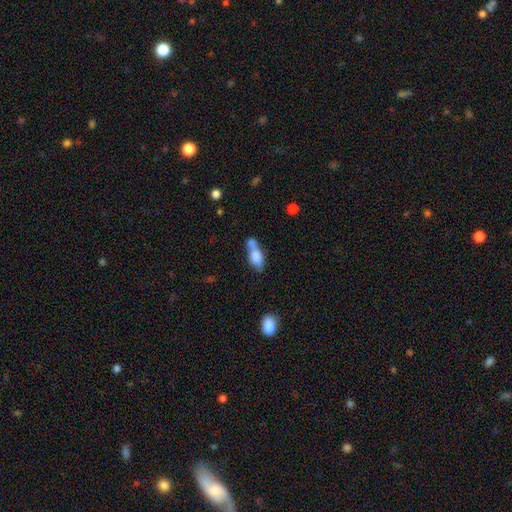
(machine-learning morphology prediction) Overall: smooth (76%). How rounded: in between (80%). Merging: merger (50%; none 28%).